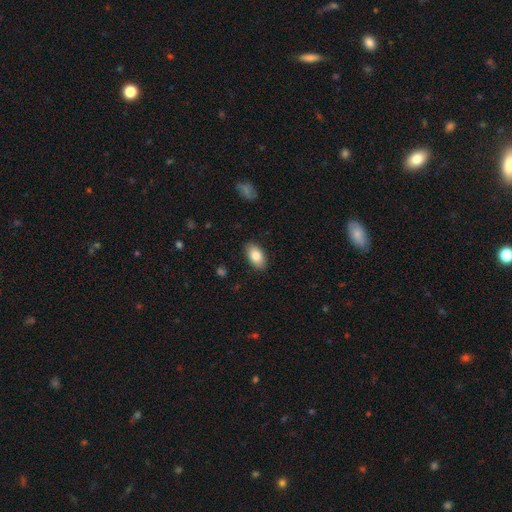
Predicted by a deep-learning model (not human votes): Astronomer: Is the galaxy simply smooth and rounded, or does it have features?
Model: smooth — 83%.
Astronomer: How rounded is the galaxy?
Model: in between — 93%.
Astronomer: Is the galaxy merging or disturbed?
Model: none — 88%.